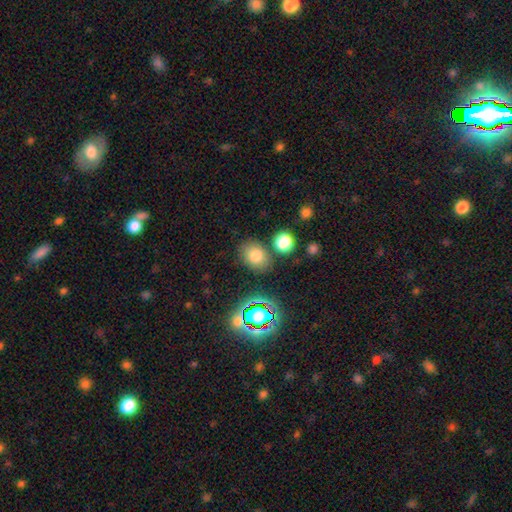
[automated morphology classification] Smooth or featured?
  - smooth: 75% *
  - star or artifact: 15%
  - featured or disk: 10%
How rounded?
  - in between: 58% *
  - round: 41%
  - cigar-shaped: 1%
Merging?
  - none: 77% *
  - minor disturbance: 11%
  - merger: 8%
  - major disturbance: 4%